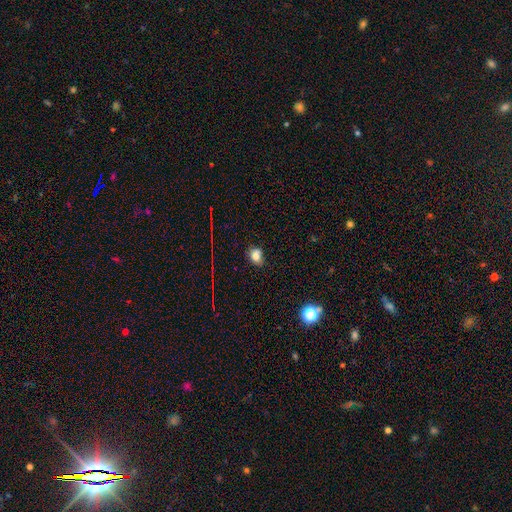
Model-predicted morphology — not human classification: The model was most divided on "how rounded": in between: 51%, round: 48%, cigar-shaped: 1%. More confident: smooth or featured — smooth (77%); merging — none (69%).